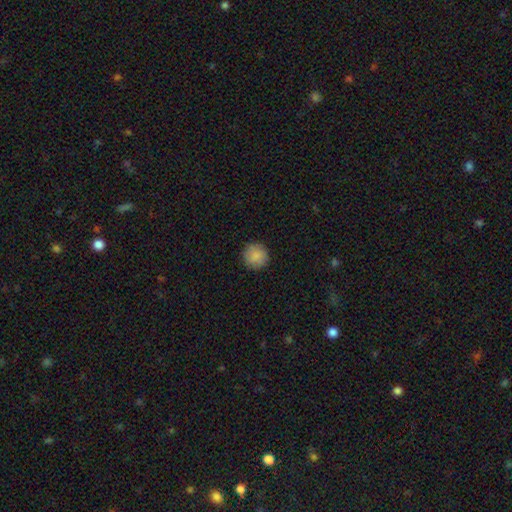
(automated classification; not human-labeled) Smooth or featured: smooth — 87% (star or artifact — 7%)
How rounded: round — 95% (in between — 4%)
Merging: none — 90% (minor disturbance — 7%)